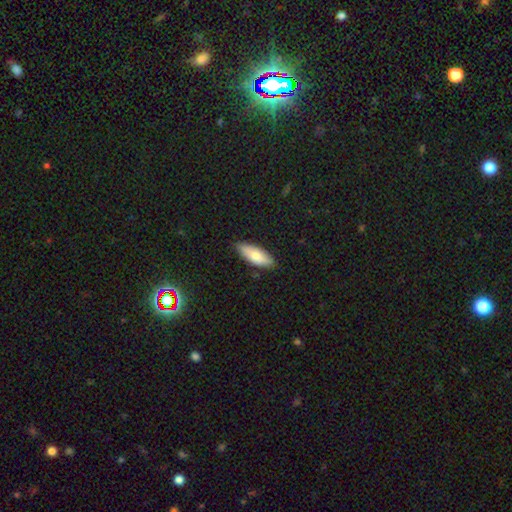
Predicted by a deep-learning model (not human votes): A smooth galaxy with no disk features (77%) that is in between round and cigar-shaped (73%).

Vote fractions:
- Smooth or featured? smooth: 77% / featured or disk: 17% / star or artifact: 6%
- How rounded? in between: 73% / cigar-shaped: 25% / round: 2%
- Merging? none: 84% / minor disturbance: 13% / major disturbance: 2% / merger: 1%